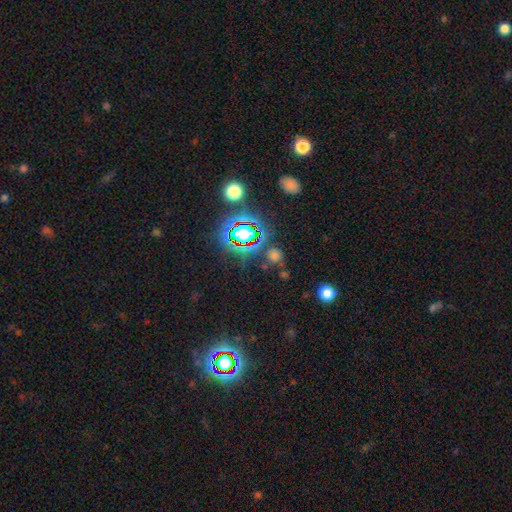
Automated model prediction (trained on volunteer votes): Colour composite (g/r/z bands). It shows a star or artifact, not a galaxy (78%).